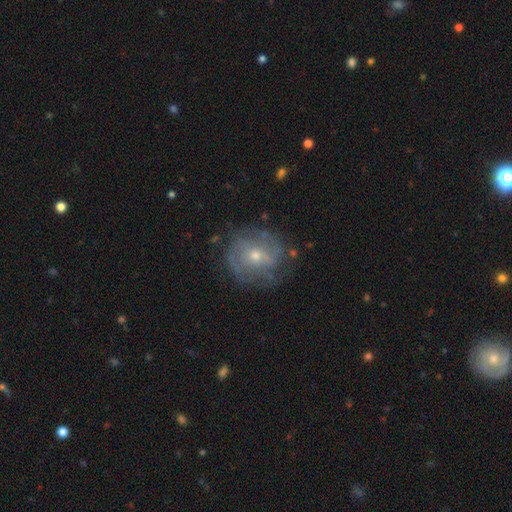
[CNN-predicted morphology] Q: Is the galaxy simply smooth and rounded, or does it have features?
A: featured or disk — 70%.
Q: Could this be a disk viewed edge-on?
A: no — 97%.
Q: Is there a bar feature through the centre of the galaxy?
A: no — 66%.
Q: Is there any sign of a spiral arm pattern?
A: yes — 77%.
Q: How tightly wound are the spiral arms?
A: tight — 48%.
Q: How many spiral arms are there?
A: can't tell — 41%.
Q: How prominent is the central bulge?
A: small — 50%.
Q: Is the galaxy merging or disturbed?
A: none — 70%.